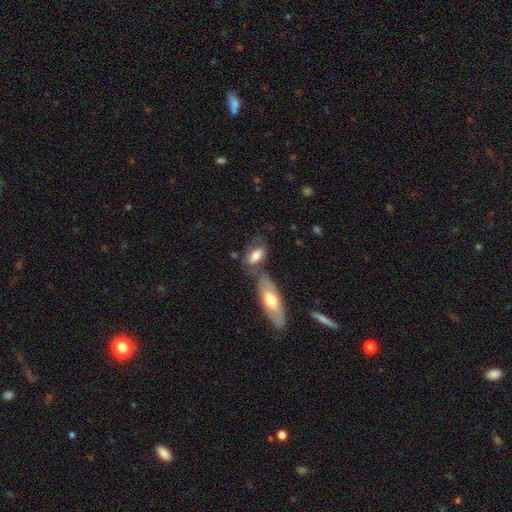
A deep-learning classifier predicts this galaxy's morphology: A smooth galaxy with no disk features (62%) that is in between round and cigar-shaped (82%).

Vote fractions:
- Smooth or featured? smooth: 62% / featured or disk: 31% / star or artifact: 7%
- How rounded? in between: 82% / cigar-shaped: 14% / round: 4%
- Merging? none: 45% / merger: 33% / minor disturbance: 16% / major disturbance: 7%